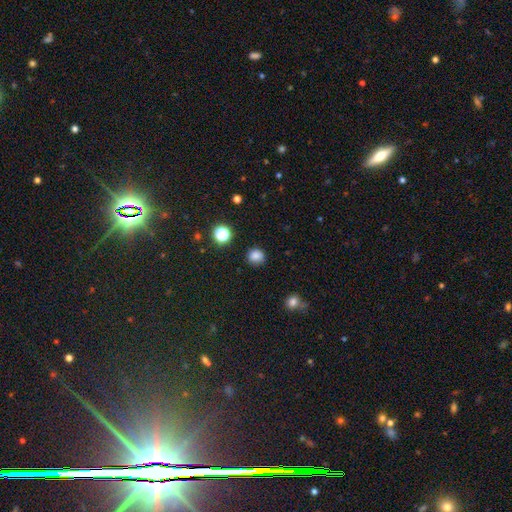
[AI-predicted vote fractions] Q: Smooth or featured?
A: smooth (82%); runner-up: star or artifact (13%)
Q: How rounded?
A: round (87%); runner-up: in between (12%)
Q: Merging?
A: none (87%); runner-up: minor disturbance (9%)